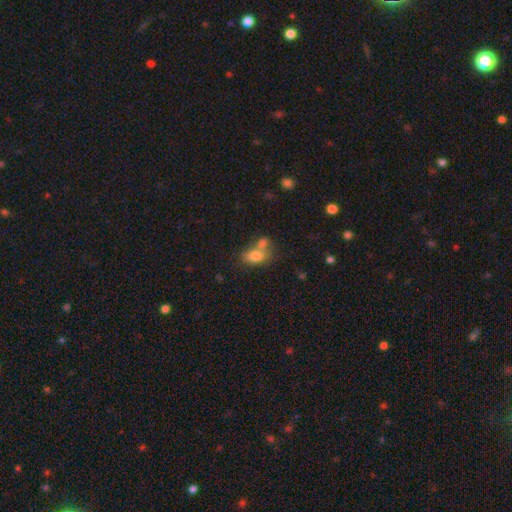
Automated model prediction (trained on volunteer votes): Q: Smooth or featured?
A: smooth (76%); runner-up: featured or disk (14%)
Q: How rounded?
A: in between (82%); runner-up: round (15%)
Q: Merging?
A: merger (45%); runner-up: none (35%)